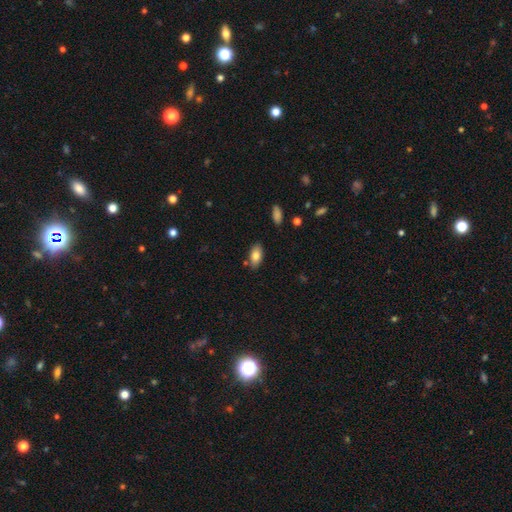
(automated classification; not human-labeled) smooth-or-featured: smooth: 81% | featured or disk: 12% | star or artifact: 7%
  how-rounded: in between: 92% | cigar-shaped: 5% | round: 3%
  merging: none: 80% | minor disturbance: 13% | merger: 4% | major disturbance: 3%